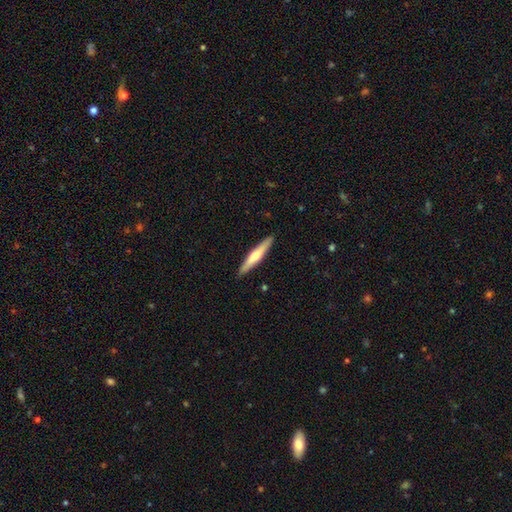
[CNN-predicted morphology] A smooth galaxy with no disk features (50%). Merging: none (91%).